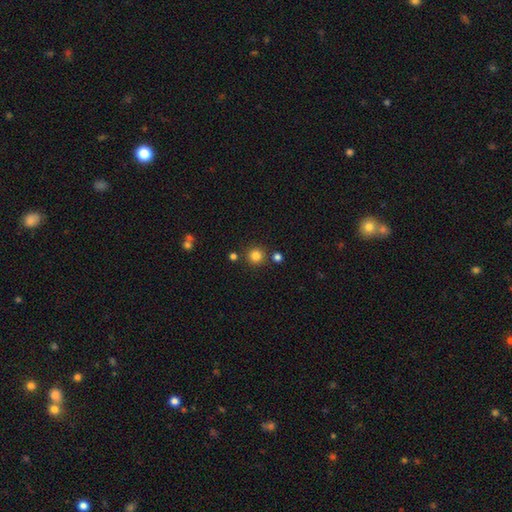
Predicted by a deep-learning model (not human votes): Overall: smooth (82%). How rounded: round (94%). Merging: none (85%).